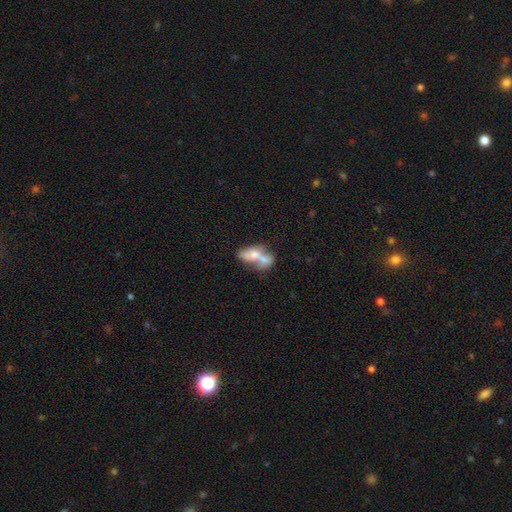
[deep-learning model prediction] Smooth or featured: smooth — 56% (featured or disk — 36%)
How rounded: in between — 71% (cigar-shaped — 21%)
Merging: merger — 60% (none — 22%)